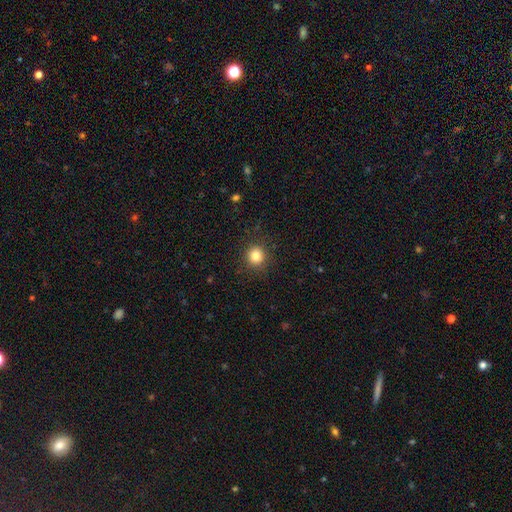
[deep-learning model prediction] A smooth galaxy with no disk features (82%) that is round (91%).

Vote fractions:
- Smooth or featured? smooth: 82% / star or artifact: 12% / featured or disk: 6%
- How rounded? round: 91% / in between: 8% / cigar-shaped: 1%
- Merging? none: 90% / minor disturbance: 6% / major disturbance: 2% / merger: 1%